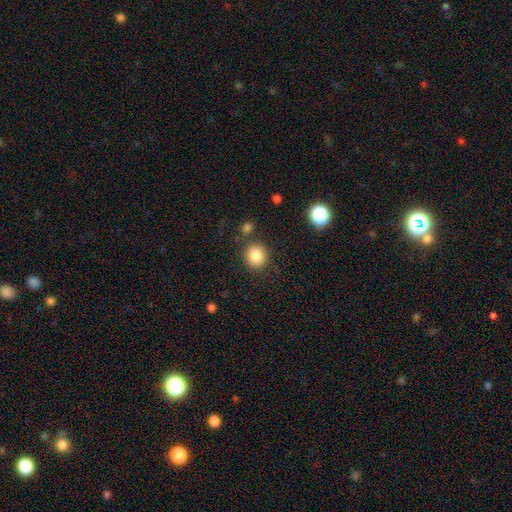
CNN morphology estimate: type=smooth (85%); roundness=round (86%); merging=none (82%).